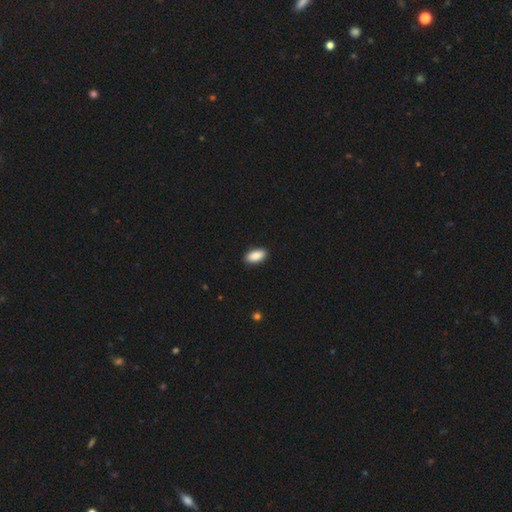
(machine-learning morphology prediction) A smooth galaxy with no disk features (90%) that is in between round and cigar-shaped (93%). Merging: none (91%).